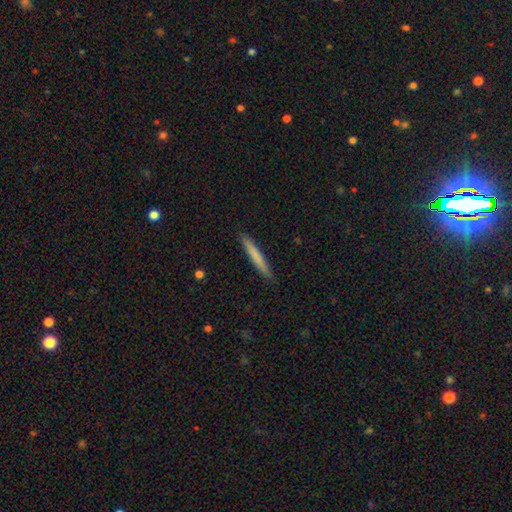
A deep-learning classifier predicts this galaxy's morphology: smooth 73%, featured or disk 22%, star or artifact 5%. Down the decision tree: how rounded — cigar-shaped (96%); merging — none (91%).